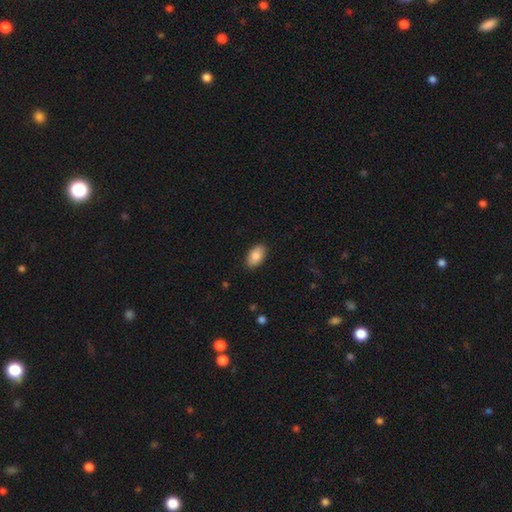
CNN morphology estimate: A smooth galaxy with no disk features (86%) that is in between round and cigar-shaped (94%).

Vote fractions:
- Smooth or featured? smooth: 86% / featured or disk: 8% / star or artifact: 7%
- How rounded? in between: 94% / round: 5% / cigar-shaped: 2%
- Merging? none: 88% / minor disturbance: 9% / major disturbance: 2% / merger: 1%